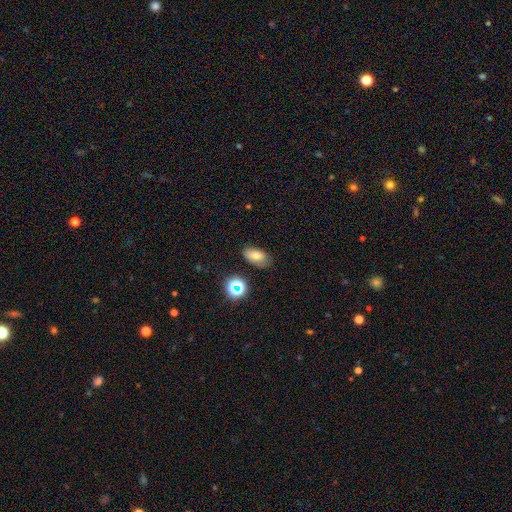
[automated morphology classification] This appears to be a smooth galaxy with no disk features (71%) that is in between round and cigar-shaped (88%). Merging: none (81%).